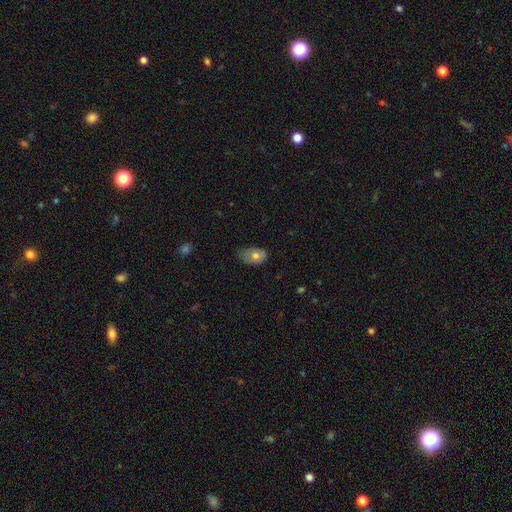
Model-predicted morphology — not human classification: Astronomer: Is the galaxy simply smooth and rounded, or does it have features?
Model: smooth — 73%.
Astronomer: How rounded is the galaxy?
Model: in between — 88%.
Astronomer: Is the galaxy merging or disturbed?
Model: none — 49% (runner-up: minor disturbance, 39%).